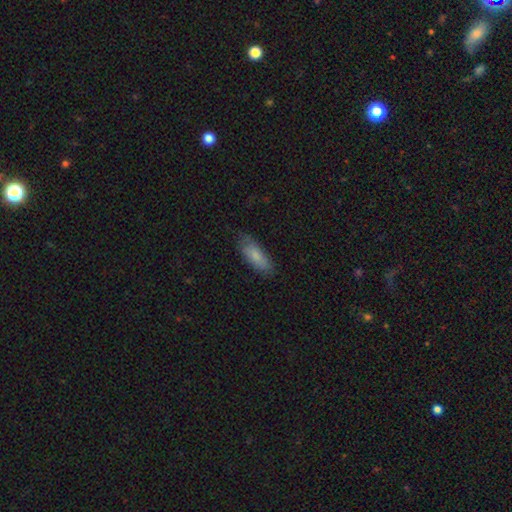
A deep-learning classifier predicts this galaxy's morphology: Overall: smooth (81%). How rounded: in between (71%). Merging: none (74%).